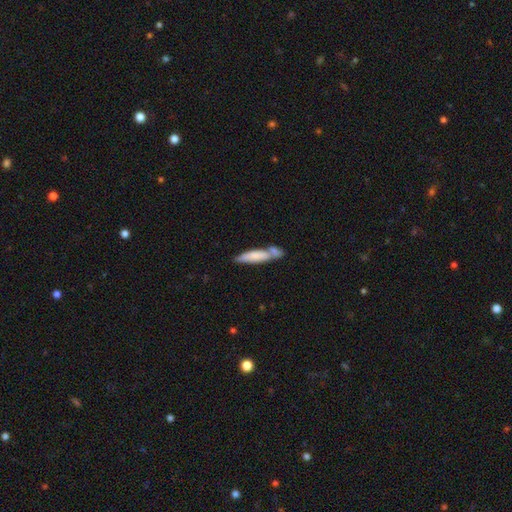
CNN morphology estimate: Smooth or featured? Predicted: smooth (p=0.71). How rounded? Predicted: cigar-shaped (p=0.74). Merging? Predicted: none (p=0.41).